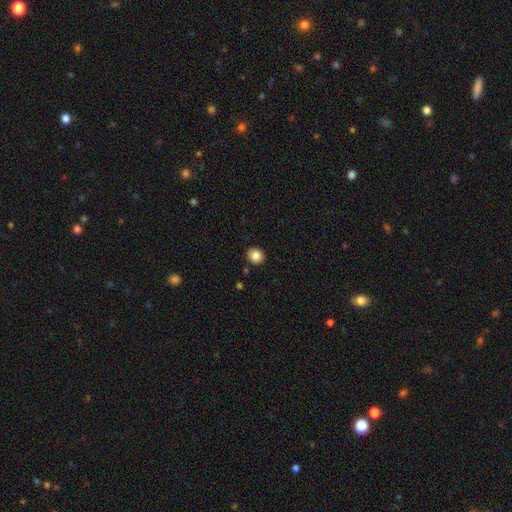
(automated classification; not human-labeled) A smooth galaxy with no disk features (83%) that is round (77%).

Vote fractions:
- Smooth or featured? smooth: 83% / star or artifact: 10% / featured or disk: 7%
- How rounded? round: 77% / in between: 22% / cigar-shaped: 1%
- Merging? none: 89% / minor disturbance: 7% / merger: 2% / major disturbance: 2%